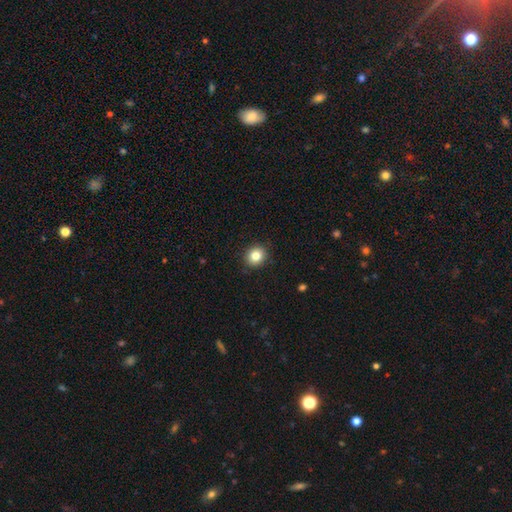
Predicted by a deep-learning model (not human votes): Smooth or featured? smooth (83%)
How rounded? round (78%)
Merging? none (90%)